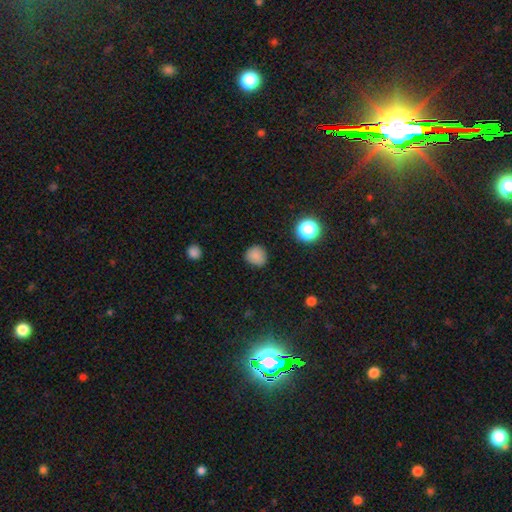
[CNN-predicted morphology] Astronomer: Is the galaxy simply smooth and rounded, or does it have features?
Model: smooth — 83%.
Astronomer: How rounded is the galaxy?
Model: round — 87%.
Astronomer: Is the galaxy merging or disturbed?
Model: none — 85%.